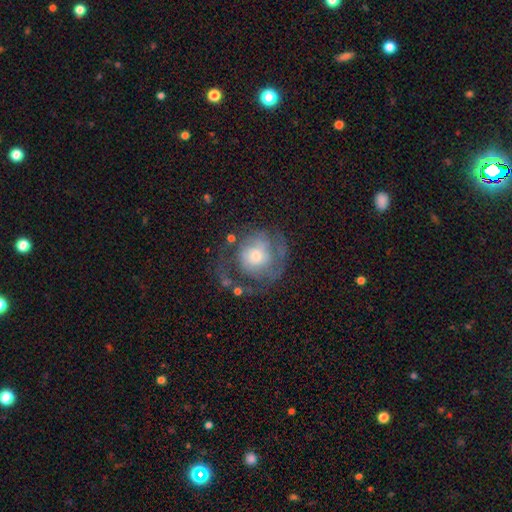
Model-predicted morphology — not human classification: A featured or disk galaxy (70%) with no bar (74%), 2 (40%) tight (48%) spiral arms (81%) and a moderate central bulge (49%).

Vote fractions:
- Smooth or featured? featured or disk: 70% / smooth: 23% / star or artifact: 7%
- Edge-on disk? no: 97% / yes: 3%
- Bar? no: 74% / weak: 21% / strong: 4%
- Spiral arms? yes: 81% / no: 19%
- Spiral winding? tight: 48% / medium: 35% / loose: 17%
- Spiral arm count? 2: 40% / can't tell: 32% / 1: 12% / 3: 9% / 4: 4% / more than 4: 3%
- Bulge size? moderate: 49% / small: 38% / large: 9% / none: 2% / dominant: 2%
- Merging? none: 51% / major disturbance: 26% / minor disturbance: 19% / merger: 4%